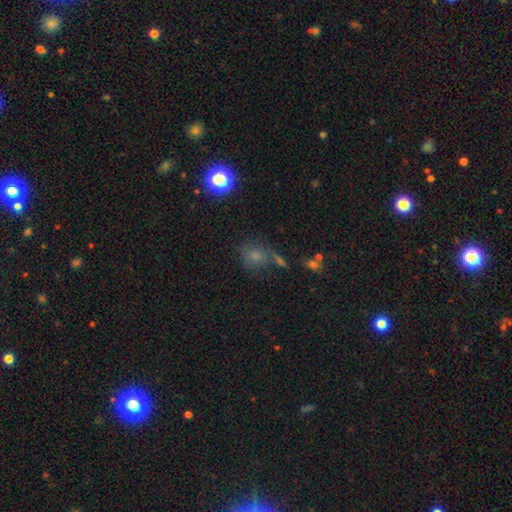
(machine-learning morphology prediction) A smooth galaxy with no disk features (67%) that is round (69%).

Vote fractions:
- Smooth or featured? smooth: 67% / star or artifact: 21% / featured or disk: 12%
- How rounded? round: 69% / in between: 29% / cigar-shaped: 2%
- Merging? none: 57% / merger: 17% / minor disturbance: 17% / major disturbance: 9%